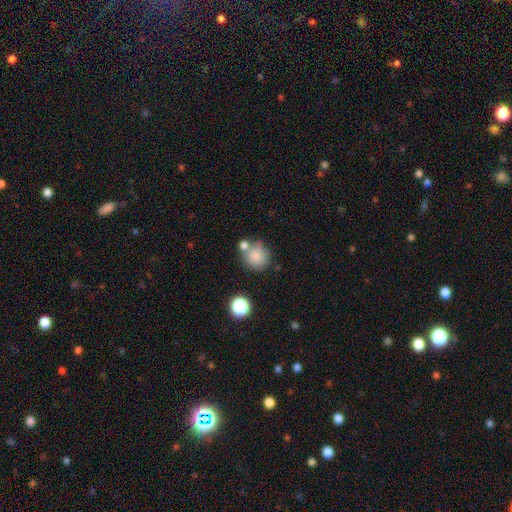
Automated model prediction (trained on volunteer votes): smooth_or_featured: smooth (p=0.81) [alt: star or artifact p=0.10]
how_rounded: round (p=0.91) [alt: in between p=0.08]
merging: none (p=0.64) [alt: merger p=0.20]